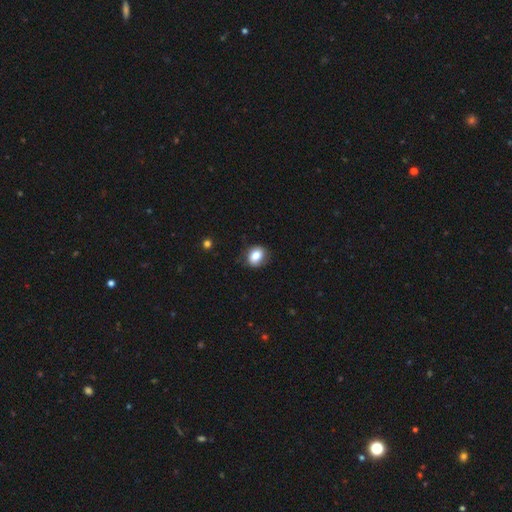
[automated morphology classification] Smooth or featured? smooth (81%)
How rounded? in between (51%)
Merging? none (81%)